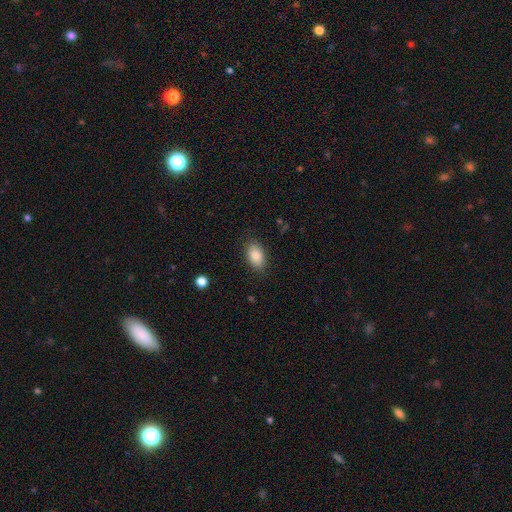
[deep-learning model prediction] A smooth galaxy with no disk features (88%) that is in between round and cigar-shaped (91%).

Vote fractions:
- Smooth or featured? smooth: 88% / star or artifact: 7% / featured or disk: 5%
- How rounded? in between: 91% / round: 7% / cigar-shaped: 2%
- Merging? none: 85% / minor disturbance: 11% / major disturbance: 3% / merger: 1%